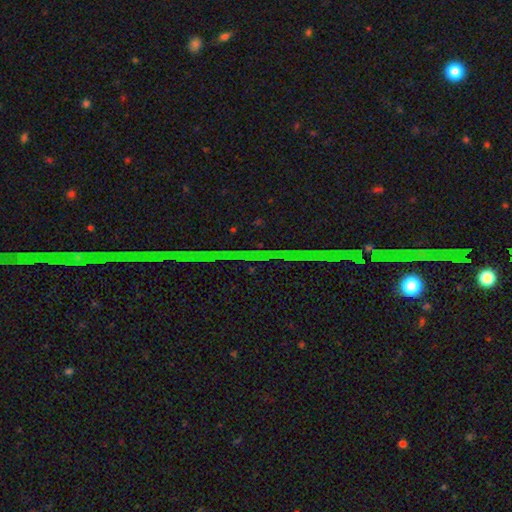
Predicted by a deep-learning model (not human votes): This appears to be a star or artifact, not a galaxy (87%).